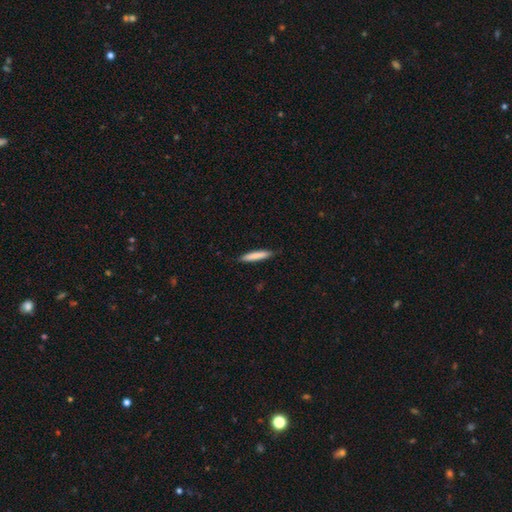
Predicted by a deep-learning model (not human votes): Overall: smooth (81%). How rounded: cigar-shaped (90%). Merging: none (87%).